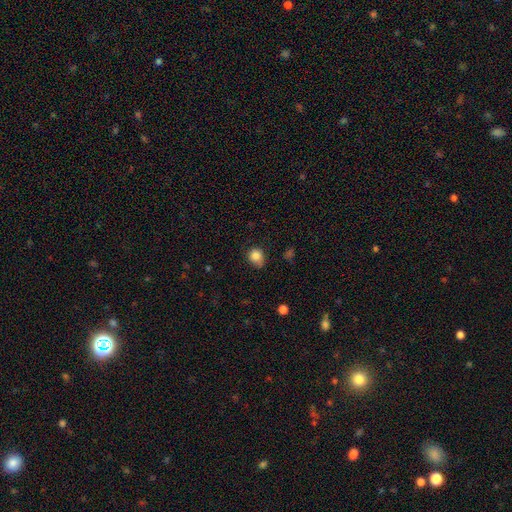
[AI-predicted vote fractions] A smooth galaxy with no disk features (84%) that is round (73%). Merging: none (57%).